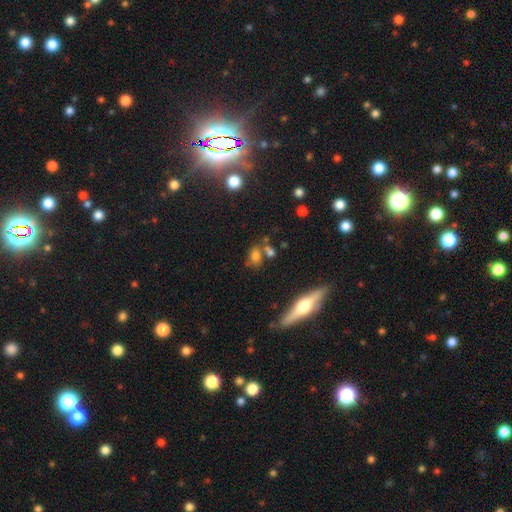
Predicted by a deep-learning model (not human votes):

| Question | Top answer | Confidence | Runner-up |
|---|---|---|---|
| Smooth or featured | smooth | 69% | star or artifact (16%) |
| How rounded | in between | 73% | round (22%) |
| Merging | none | 54% | merger (23%) |